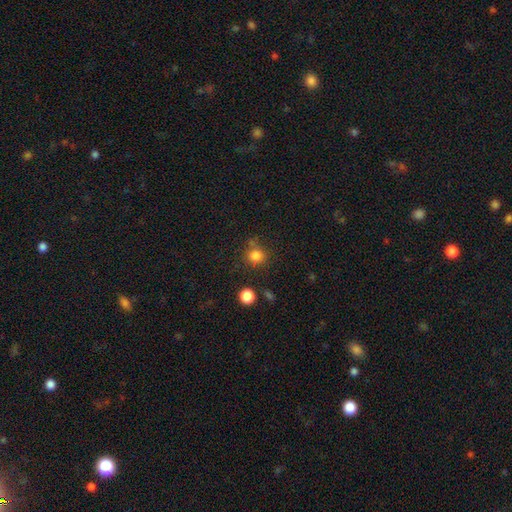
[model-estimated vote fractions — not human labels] Smooth or featured? smooth (81%)
How rounded? round (89%)
Merging? none (73%)